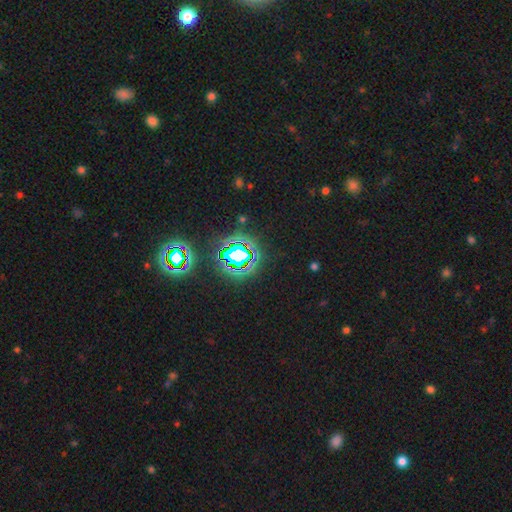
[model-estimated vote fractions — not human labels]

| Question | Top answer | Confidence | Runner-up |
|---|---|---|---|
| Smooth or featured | star or artifact | 79% | smooth (14%) |